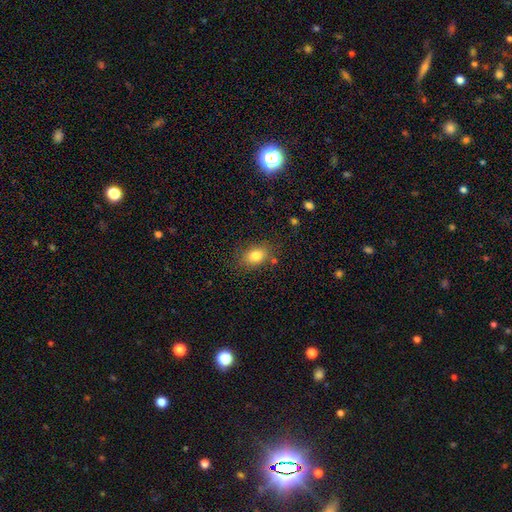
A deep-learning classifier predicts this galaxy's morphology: Smooth or featured? smooth (81%)
How rounded? in between (74%)
Merging? none (77%)